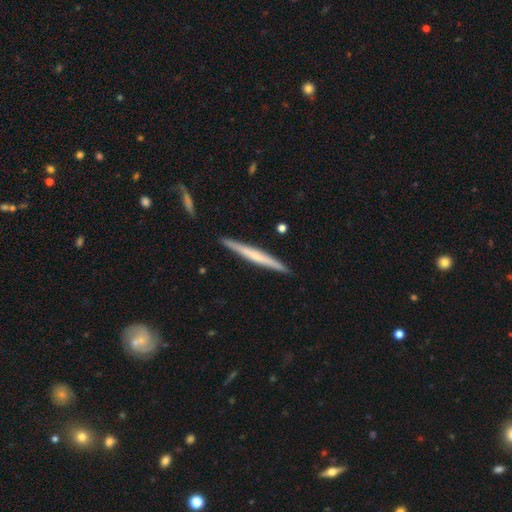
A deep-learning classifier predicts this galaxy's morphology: Smooth or featured?
  - featured or disk: 53% *
  - smooth: 42%
  - star or artifact: 5%
Edge-on disk?
  - yes: 97% *
  - no: 3%
Edge-on bulge?
  - none: 61% *
  - rounded: 29%
  - boxy: 10%
Merging?
  - none: 90% *
  - minor disturbance: 7%
  - major disturbance: 1%
  - merger: 1%